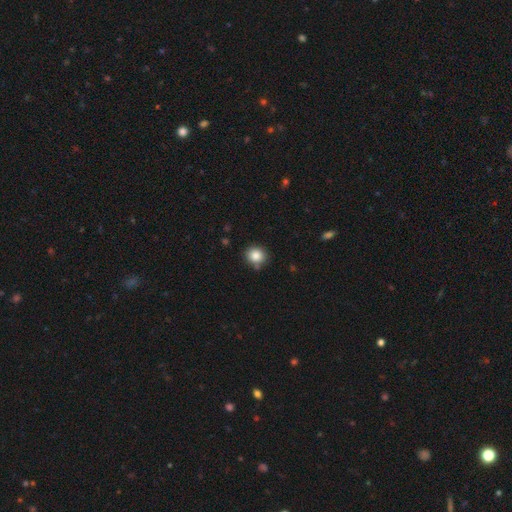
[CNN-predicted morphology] Smooth or featured? Predicted: smooth (p=0.85). How rounded? Predicted: round (p=0.84). Merging? Predicted: none (p=0.81).